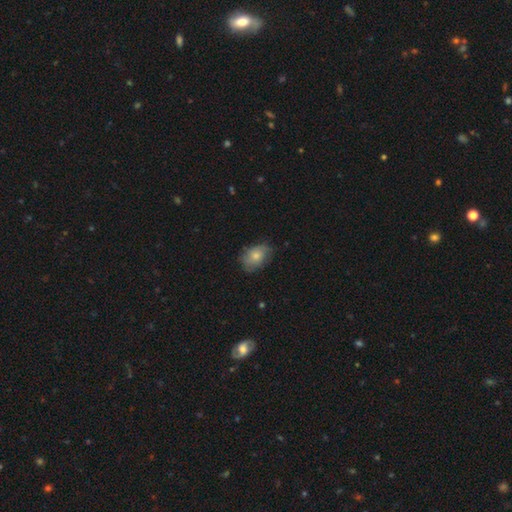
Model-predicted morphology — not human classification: Smooth or featured: smooth — 63% (featured or disk — 29%)
How rounded: in between — 78% (round — 21%)
Merging: none — 65% (minor disturbance — 26%)